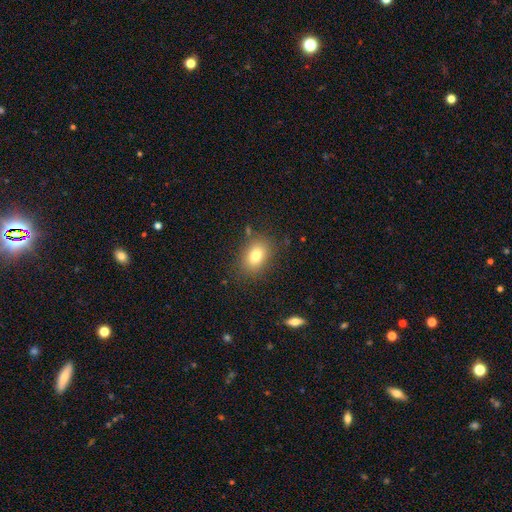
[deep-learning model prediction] Smooth or featured? Predicted: smooth (p=0.79). How rounded? Predicted: in between (p=0.74). Merging? Predicted: none (p=0.82).